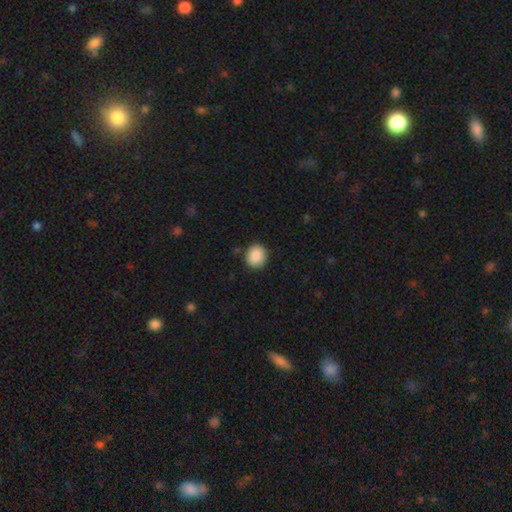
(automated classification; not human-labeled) This is clearly a smooth galaxy (89%). How rounded: clearly round (82%). Merging: clearly none (88%).